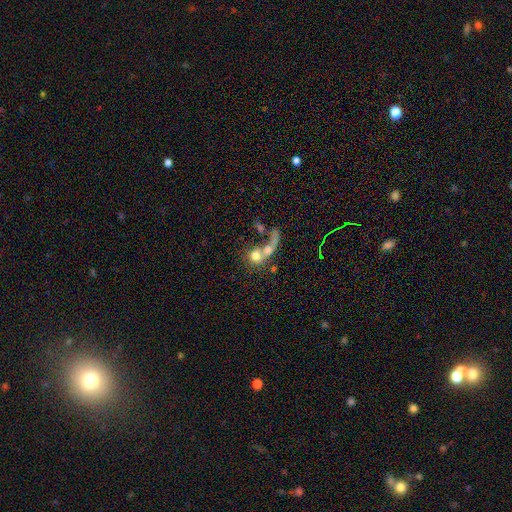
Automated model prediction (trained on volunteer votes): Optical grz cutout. It shows a smooth galaxy with no disk features (62%) that is round (74%). Merging: merger (59%).